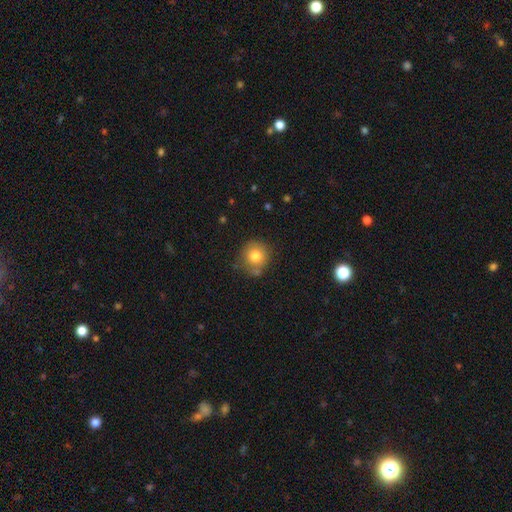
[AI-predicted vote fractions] Overall: smooth (79%). How rounded: round (90%). Merging: none (77%).